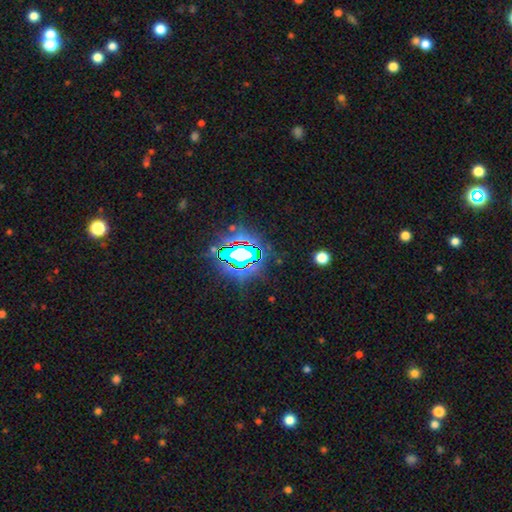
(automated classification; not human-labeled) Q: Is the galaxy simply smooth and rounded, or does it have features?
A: star or artifact — 84%.